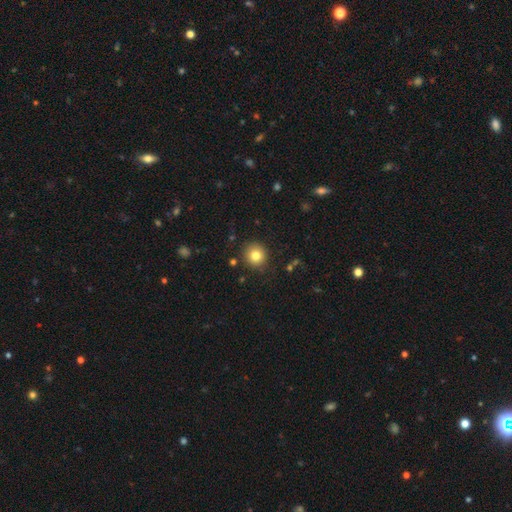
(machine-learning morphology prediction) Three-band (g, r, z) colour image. It shows a smooth galaxy with no disk features (81%) that is round (91%). Merging: none (88%).